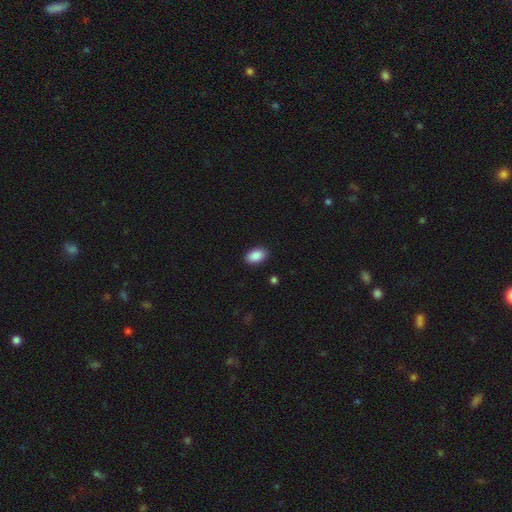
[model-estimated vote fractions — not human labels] smooth_or_featured: smooth (p=0.90) [alt: star or artifact p=0.07]
how_rounded: in between (p=0.91) [alt: round p=0.07]
merging: none (p=0.89) [alt: minor disturbance p=0.08]